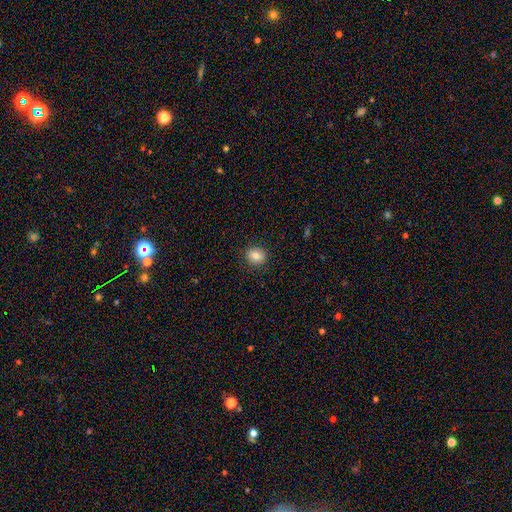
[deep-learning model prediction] Smooth or featured? smooth (84%)
How rounded? round (73%)
Merging? none (89%)